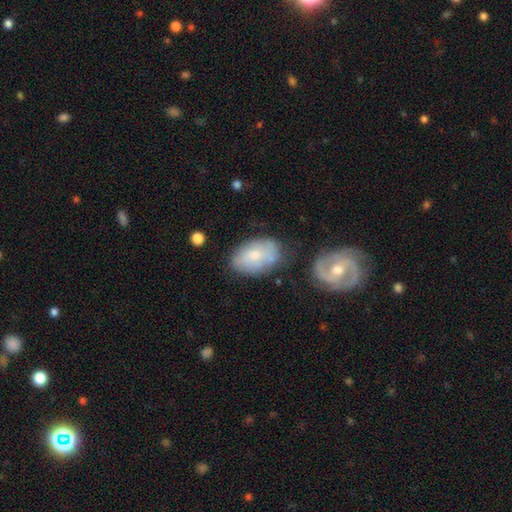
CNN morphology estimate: smooth-or-featured: smooth: 58% | featured or disk: 35% | star or artifact: 7%
  how-rounded: in between: 90% | round: 9% | cigar-shaped: 1%
  merging: none: 62% | minor disturbance: 23% | merger: 9% | major disturbance: 7%